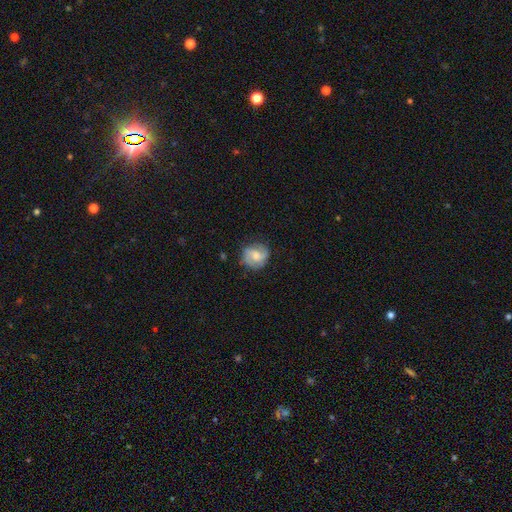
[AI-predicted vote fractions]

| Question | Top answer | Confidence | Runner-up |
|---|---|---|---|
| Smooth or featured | featured or disk | 52% | smooth (40%) |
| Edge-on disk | no | 97% | yes (3%) |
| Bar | no | 50% | weak (42%) |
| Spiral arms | yes | 87% | no (13%) |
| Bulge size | moderate | 55% | small (28%) |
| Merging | none | 76% | minor disturbance (18%) |